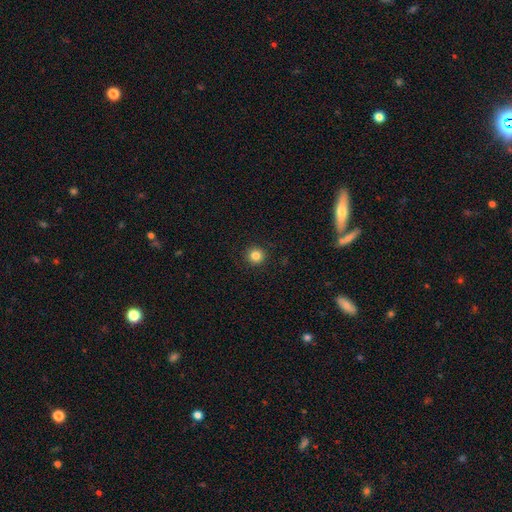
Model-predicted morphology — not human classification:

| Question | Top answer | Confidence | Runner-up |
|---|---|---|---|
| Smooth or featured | smooth | 83% | star or artifact (12%) |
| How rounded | round | 95% | in between (4%) |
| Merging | none | 92% | minor disturbance (5%) |